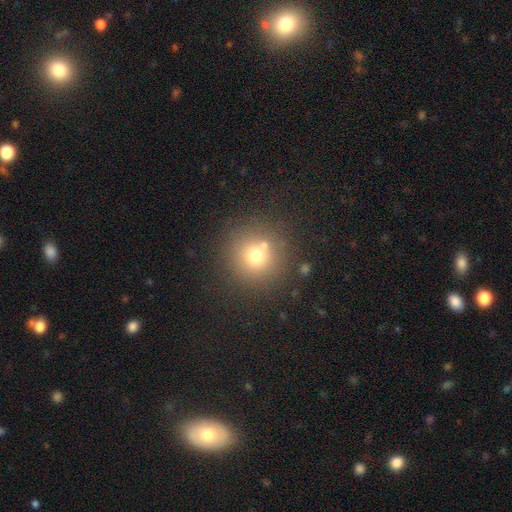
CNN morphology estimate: Smooth or featured? smooth (70%)
How rounded? round (94%)
Merging? none (75%)